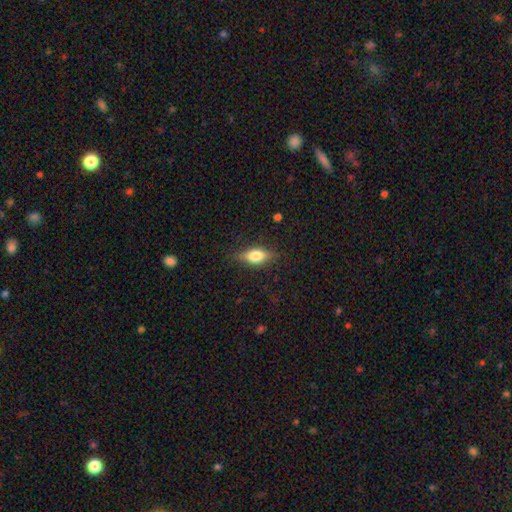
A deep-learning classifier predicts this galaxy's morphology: Smooth or featured?
  - smooth: 66% *
  - featured or disk: 25%
  - star or artifact: 8%
How rounded?
  - in between: 75% *
  - cigar-shaped: 19%
  - round: 5%
Merging?
  - none: 79% *
  - minor disturbance: 15%
  - major disturbance: 4%
  - merger: 1%